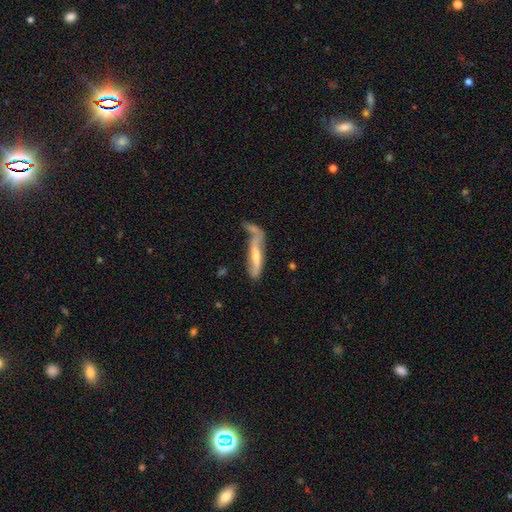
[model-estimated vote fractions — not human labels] Morphology: type=featured or disk (58%); edge-on=no (53%); merging=none (38%).